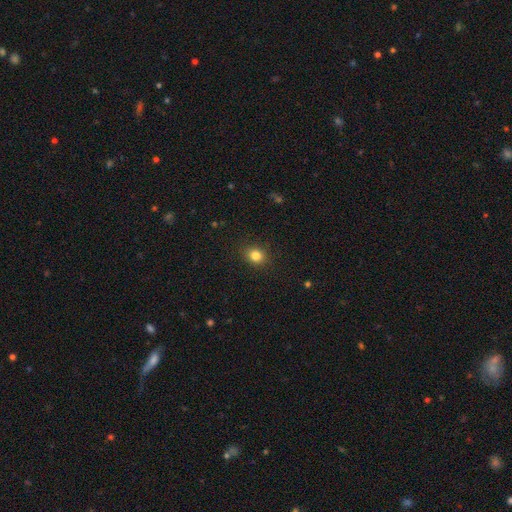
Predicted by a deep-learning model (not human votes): smooth-or-featured: smooth: 83% | star or artifact: 12% | featured or disk: 5%
  how-rounded: round: 66% | in between: 33% | cigar-shaped: 1%
  merging: none: 89% | minor disturbance: 8% | major disturbance: 2% | merger: 1%